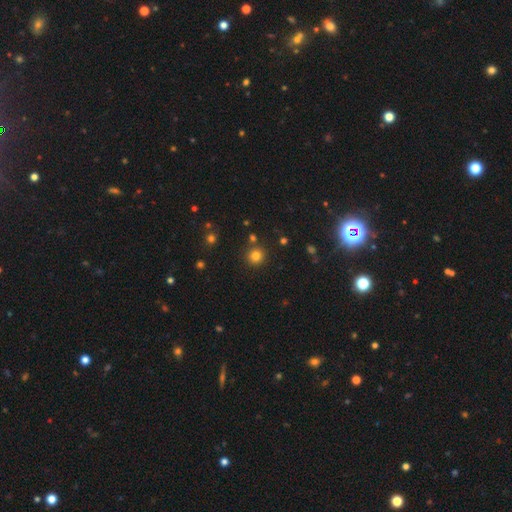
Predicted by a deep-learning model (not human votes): Smooth or featured? smooth (80%)
How rounded? round (93%)
Merging? none (86%)